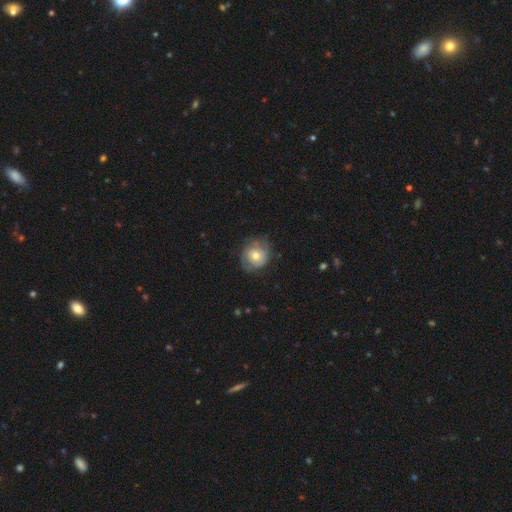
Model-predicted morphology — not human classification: This is possibly a featured or disk galaxy (48%). Merging: likely none (66%).